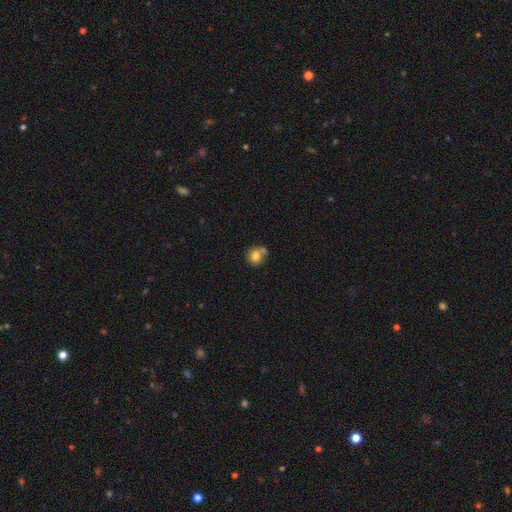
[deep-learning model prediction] smooth_or_featured: smooth (p=0.78) [alt: featured or disk p=0.12]
how_rounded: round (p=0.83) [alt: in between p=0.16]
merging: none (p=0.51) [alt: merger p=0.29]